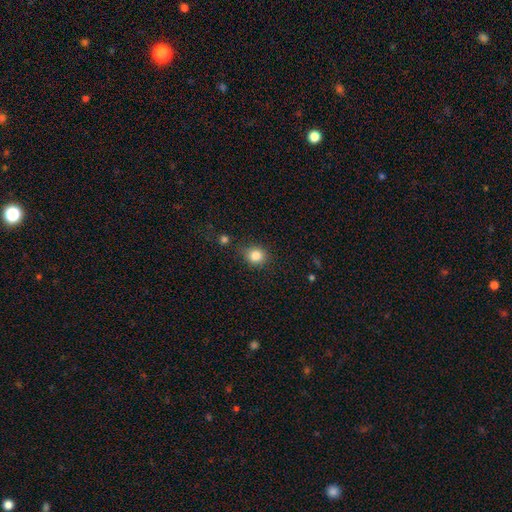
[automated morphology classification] Smooth or featured? smooth (84%)
How rounded? round (80%)
Merging? none (77%)